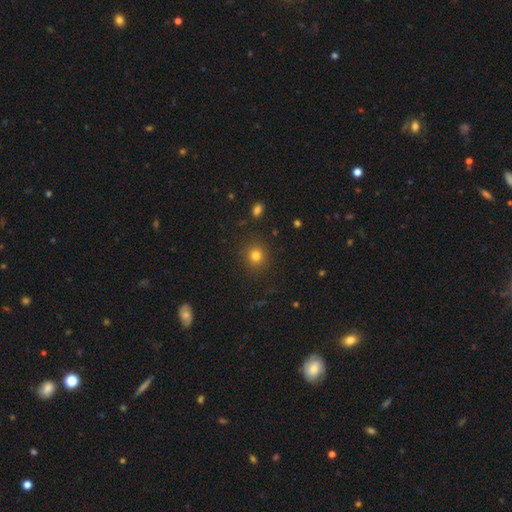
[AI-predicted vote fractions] Smooth or featured?
  - smooth: 79% *
  - star or artifact: 14%
  - featured or disk: 7%
How rounded?
  - round: 87% *
  - in between: 12%
  - cigar-shaped: 1%
Merging?
  - none: 89% *
  - minor disturbance: 7%
  - major disturbance: 3%
  - merger: 1%